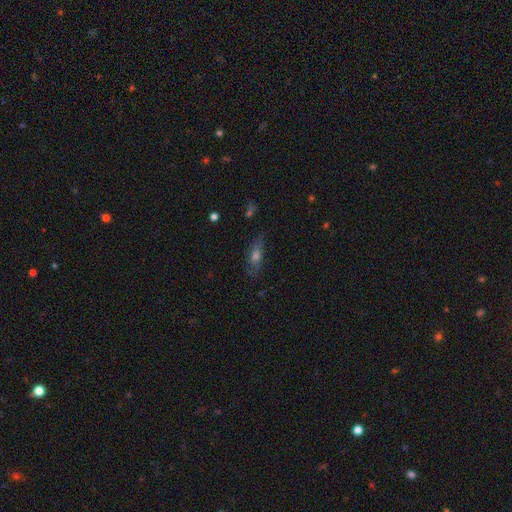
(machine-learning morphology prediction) Smooth or featured: smooth — 42% (featured or disk — 41%)
Merging: none — 73% (minor disturbance — 18%)